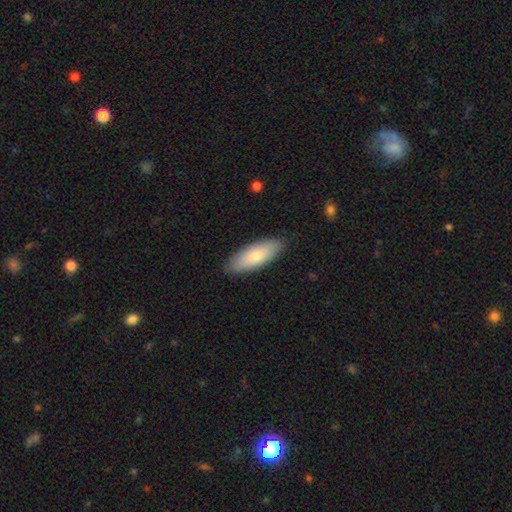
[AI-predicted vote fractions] The model was most divided on "how rounded": in between: 72%, cigar-shaped: 26%, round: 2%. More confident: merging — none (87%); smooth or featured — smooth (74%).